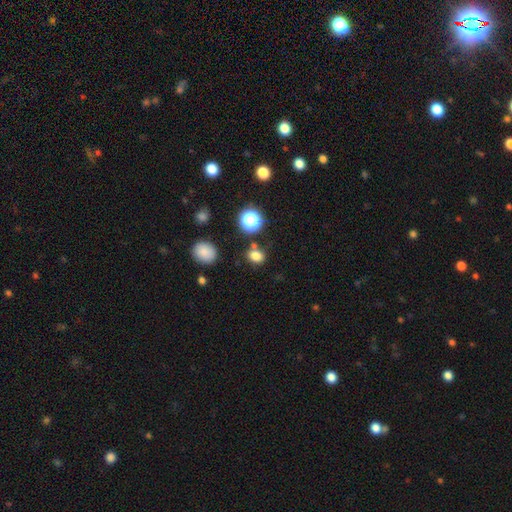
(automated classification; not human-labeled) smooth 78%, star or artifact 17%, featured or disk 6%. Down the decision tree: how rounded — in between (54%); merging — none (73%).